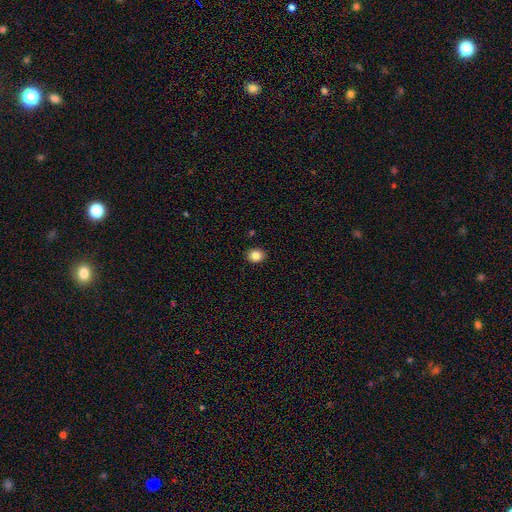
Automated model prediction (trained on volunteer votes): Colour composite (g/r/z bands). It shows a smooth galaxy with no disk features (84%) that is round (53%). Merging: none (89%).